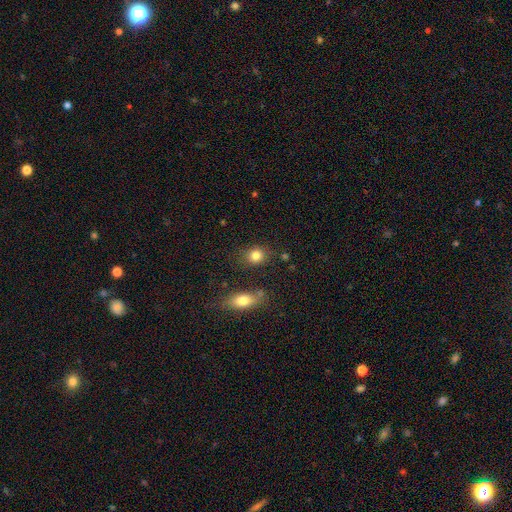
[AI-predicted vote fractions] This appears to be a smooth galaxy with no disk features (83%) that is round (63%). Merging: none (79%).